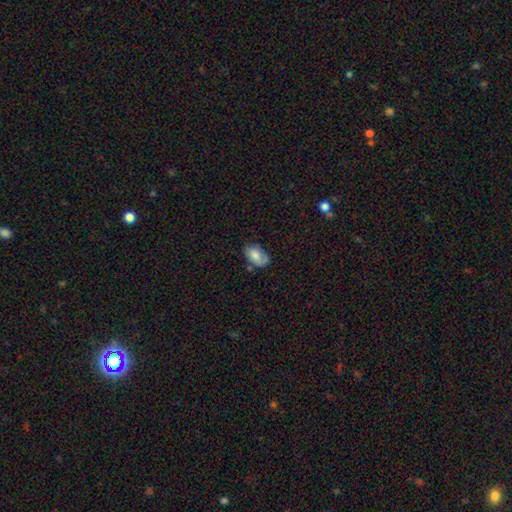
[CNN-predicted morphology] Smooth or featured?
  - smooth: 72% *
  - featured or disk: 21%
  - star or artifact: 8%
How rounded?
  - in between: 91% *
  - round: 7%
  - cigar-shaped: 2%
Merging?
  - none: 59% *
  - minor disturbance: 28%
  - major disturbance: 8%
  - merger: 5%